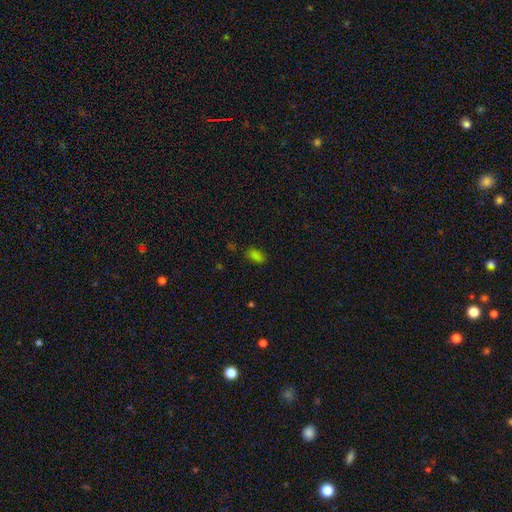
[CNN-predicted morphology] Smooth or featured? smooth (79%)
How rounded? in between (90%)
Merging? none (80%)